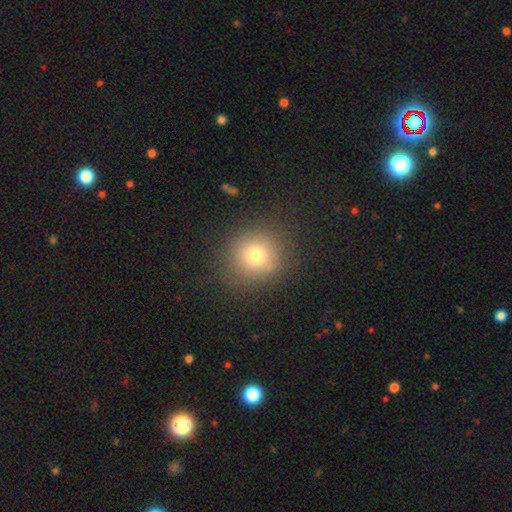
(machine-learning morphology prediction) A smooth galaxy with no disk features (74%) that is round (90%).

Vote fractions:
- Smooth or featured? smooth: 74% / star or artifact: 15% / featured or disk: 11%
- How rounded? round: 90% / in between: 9% / cigar-shaped: 1%
- Merging? none: 86% / minor disturbance: 9% / major disturbance: 4% / merger: 1%